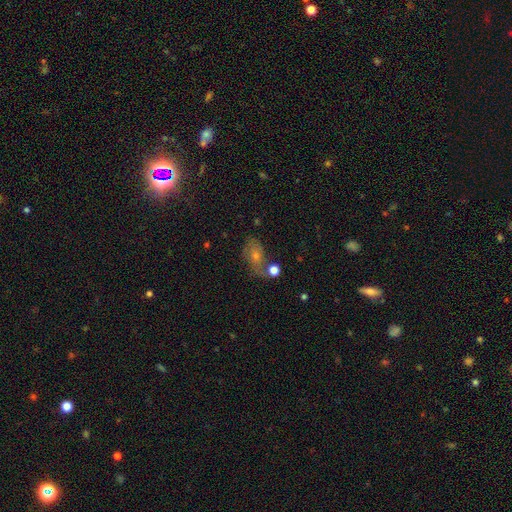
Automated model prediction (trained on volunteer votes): Q: Smooth or featured?
A: featured or disk (37%); runner-up: smooth (36%)
Q: Merging?
A: none (57%); runner-up: minor disturbance (20%)